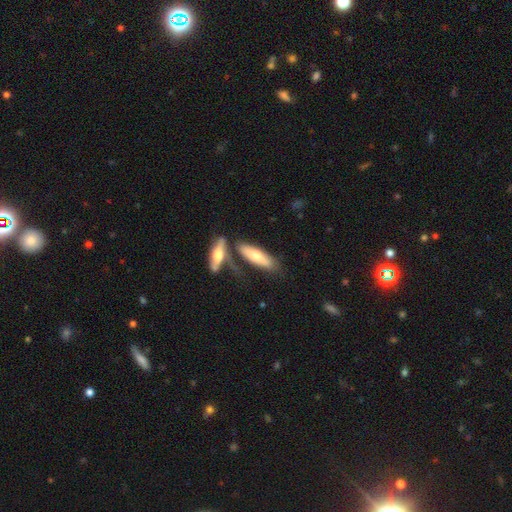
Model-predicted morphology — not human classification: Smooth or featured? Predicted: smooth (p=0.60). How rounded? Predicted: cigar-shaped (p=0.58). Merging? Predicted: none (p=0.53).